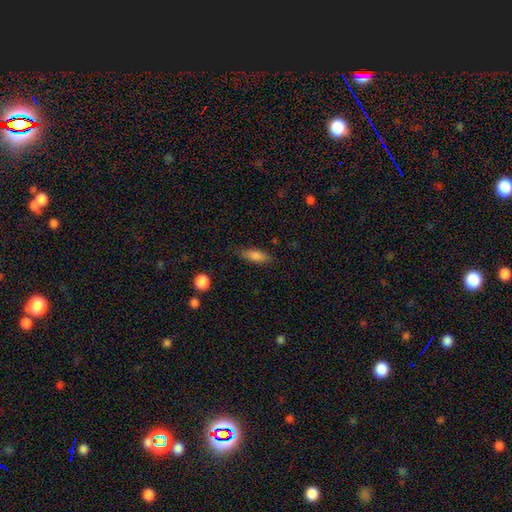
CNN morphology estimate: smooth 81%, featured or disk 12%, star or artifact 8%. Down the decision tree: how rounded — in between (61%); merging — none (79%).